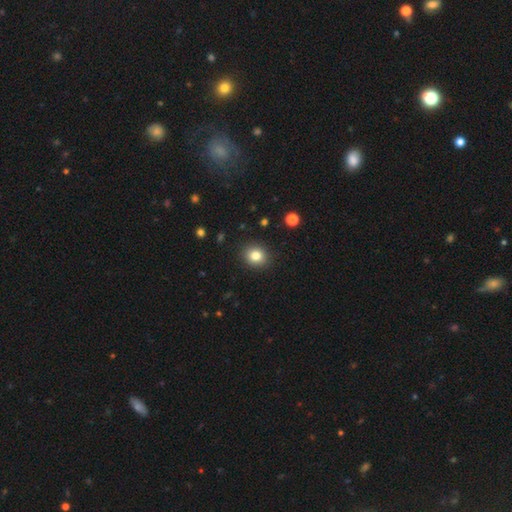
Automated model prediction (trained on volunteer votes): smooth_or_featured: smooth (p=0.81) [alt: star or artifact p=0.11]
how_rounded: round (p=0.78) [alt: in between p=0.21]
merging: none (p=0.90) [alt: minor disturbance p=0.07]